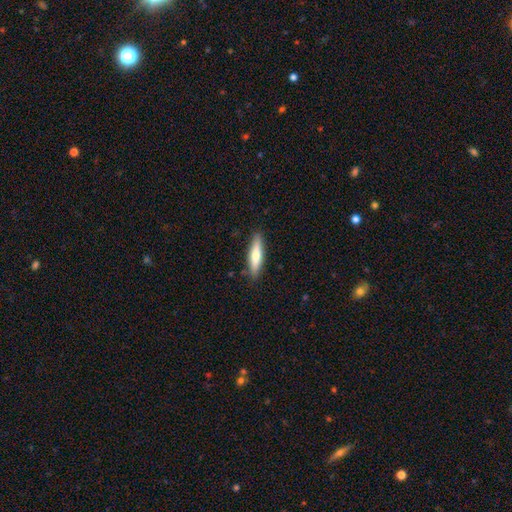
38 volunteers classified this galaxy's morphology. smooth 68%, featured or disk 29%, star or artifact 3%. Down the decision tree: how rounded — cigar-shaped (85%); merging — none (78%).